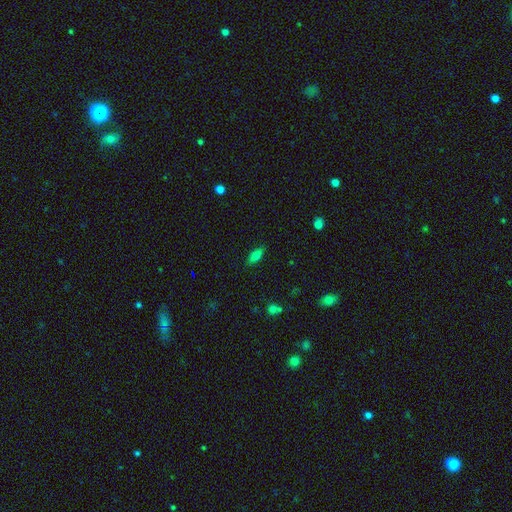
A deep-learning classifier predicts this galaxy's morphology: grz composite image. It shows a smooth galaxy with no disk features (75%) that is in between round and cigar-shaped (79%). Merging: none (86%).